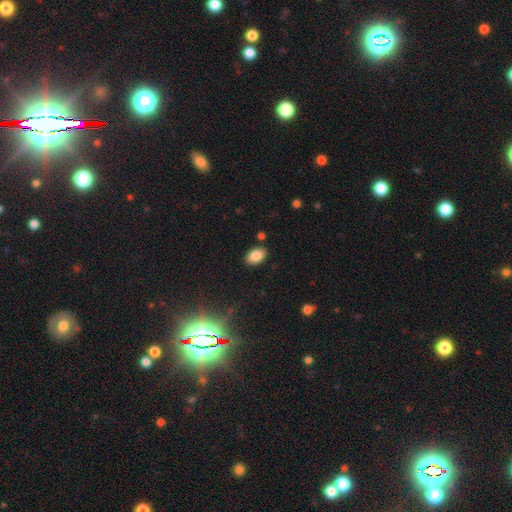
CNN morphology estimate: A smooth galaxy with no disk features (84%) that is in between round and cigar-shaped (90%).

Vote fractions:
- Smooth or featured? smooth: 84% / star or artifact: 9% / featured or disk: 7%
- How rounded? in between: 90% / round: 9% / cigar-shaped: 1%
- Merging? none: 86% / minor disturbance: 9% / merger: 2% / major disturbance: 2%